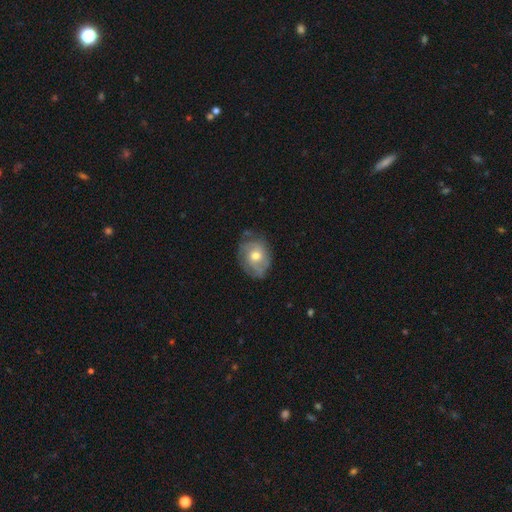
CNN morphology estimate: Smooth or featured? featured or disk (50%)
Edge-on disk? no (96%)
Merging? none (62%)